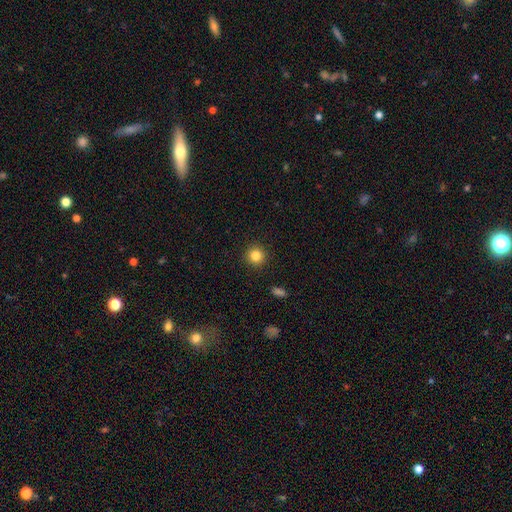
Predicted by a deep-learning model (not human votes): A smooth galaxy with no disk features (84%) that is round (94%).

Vote fractions:
- Smooth or featured? smooth: 84% / star or artifact: 11% / featured or disk: 5%
- How rounded? round: 94% / in between: 5% / cigar-shaped: 1%
- Merging? none: 92% / minor disturbance: 5% / major disturbance: 2% / merger: 1%